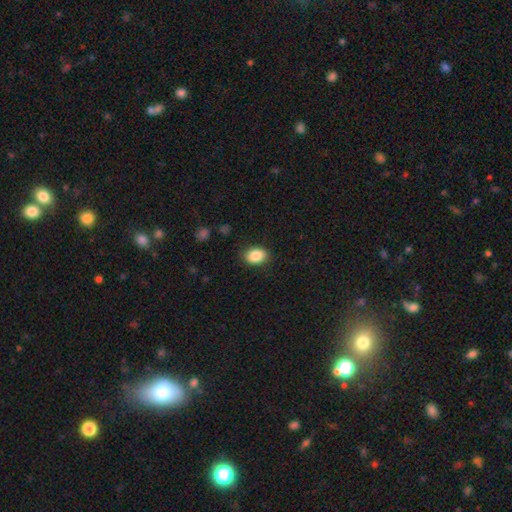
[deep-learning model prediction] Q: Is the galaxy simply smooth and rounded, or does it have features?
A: smooth — 87%.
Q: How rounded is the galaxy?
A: in between — 74%.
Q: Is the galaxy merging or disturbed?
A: none — 86%.